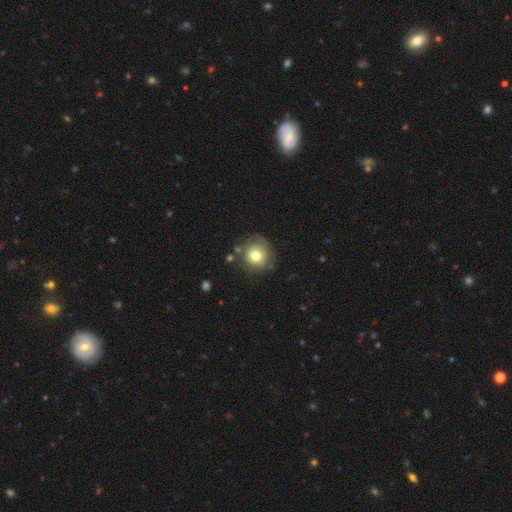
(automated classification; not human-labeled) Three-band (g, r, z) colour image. It shows a smooth galaxy with no disk features (73%) that is round (92%). Merging: none (71%).